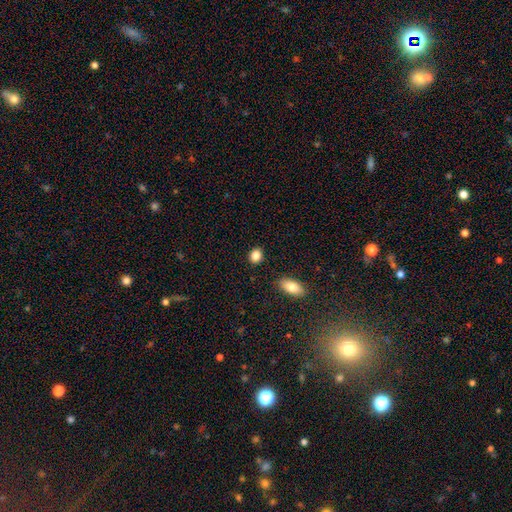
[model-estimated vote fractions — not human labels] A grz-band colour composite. It shows a smooth galaxy with no disk features (86%) that is in between round and cigar-shaped (50%). Merging: none (88%).